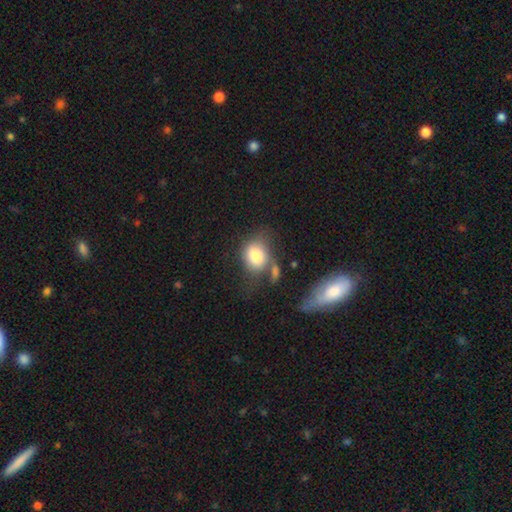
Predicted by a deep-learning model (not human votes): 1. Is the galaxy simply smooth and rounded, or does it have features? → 79% smooth, 13% featured or disk, 8% star or artifact.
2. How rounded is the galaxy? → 50% in between, 48% round, 1% cigar-shaped.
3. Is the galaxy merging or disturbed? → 40% none, 22% minor disturbance, 21% merger, 17% major disturbance.